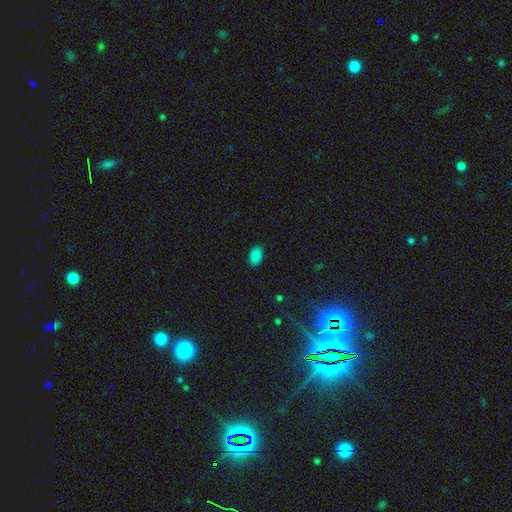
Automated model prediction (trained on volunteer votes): A smooth galaxy with no disk features (86%) that is in between round and cigar-shaped (92%).

Vote fractions:
- Smooth or featured? smooth: 86% / star or artifact: 11% / featured or disk: 3%
- How rounded? in between: 92% / round: 6% / cigar-shaped: 2%
- Merging? none: 88% / minor disturbance: 9% / major disturbance: 2% / merger: 1%